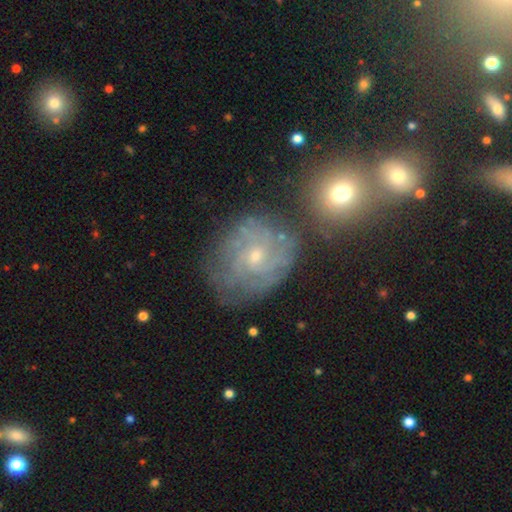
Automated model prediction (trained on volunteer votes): Smooth or featured? featured or disk (79%)
Edge-on disk? no (98%)
Bar? no (65%)
Spiral arms? yes (92%)
Spiral winding? tight (63%)
Spiral arm count? can't tell (38%)
Bulge size? small (65%)
Merging? none (64%)